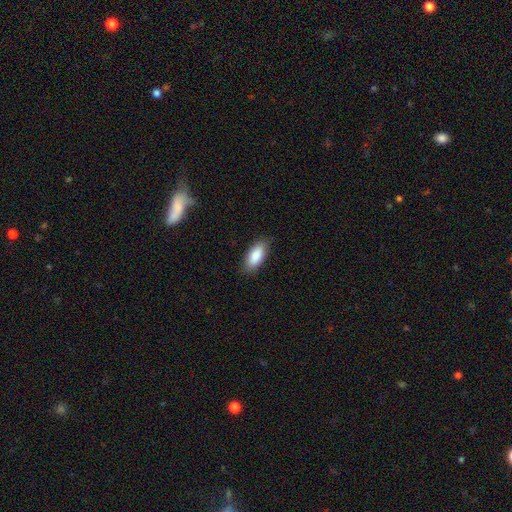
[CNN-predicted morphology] A smooth galaxy with no disk features (87%) that is in between round and cigar-shaped (87%). Merging: none (85%).